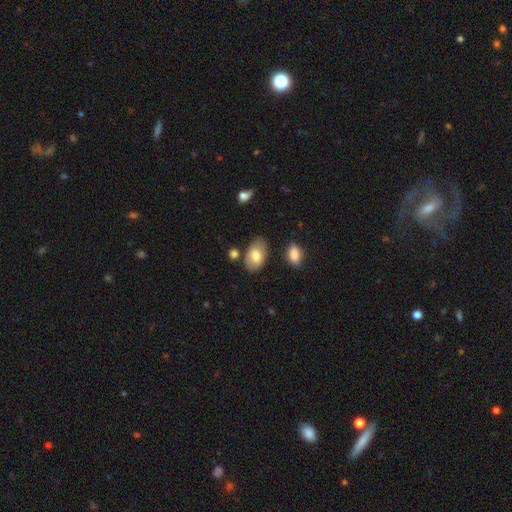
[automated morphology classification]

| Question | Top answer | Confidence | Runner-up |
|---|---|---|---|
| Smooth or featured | smooth | 72% | featured or disk (21%) |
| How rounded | in between | 93% | round (6%) |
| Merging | none | 73% | minor disturbance (17%) |